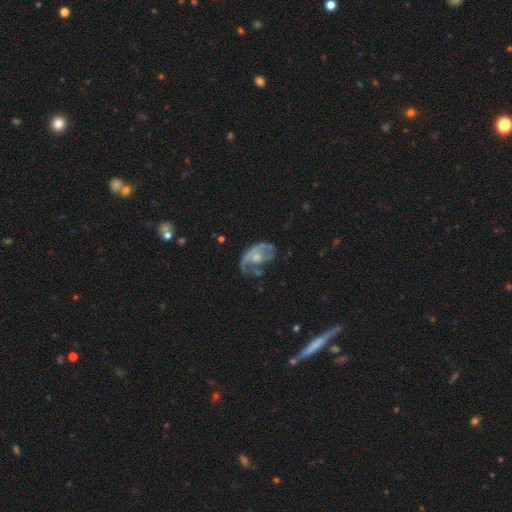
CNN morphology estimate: Smooth or featured? Predicted: featured or disk (p=0.68). Edge-on disk? Predicted: no (p=0.96). Bar? Predicted: no (p=0.80). Spiral arms? Predicted: yes (p=0.58). Bulge size? Predicted: small (p=0.46). Merging? Predicted: none (p=0.35).